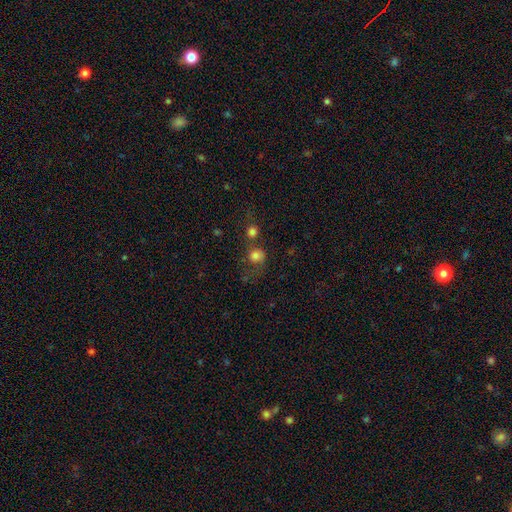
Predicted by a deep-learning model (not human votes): The model was most divided on "merging": none: 47%, merger: 29%, minor disturbance: 12%, major disturbance: 11%. More confident: how rounded — round (84%); smooth or featured — smooth (77%).